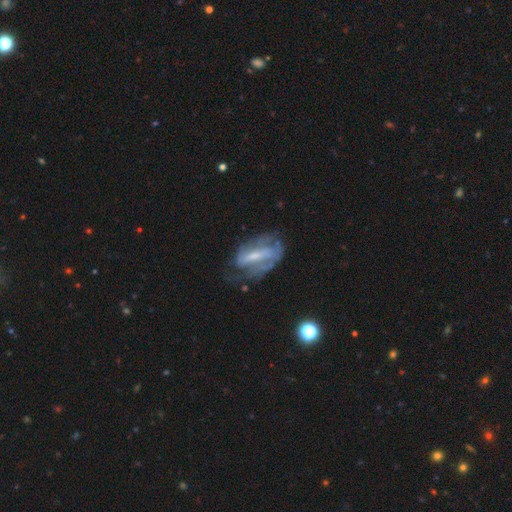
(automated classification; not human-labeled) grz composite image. It shows a featured or disk galaxy (71%) with a strong bar (46%), spiral arms (70%) and a small central bulge (46%). Merging: none (46%).